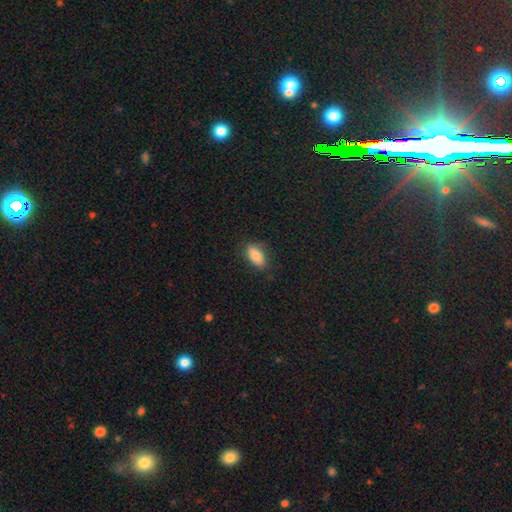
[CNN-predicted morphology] smooth-or-featured: smooth: 82% | featured or disk: 11% | star or artifact: 7%
  how-rounded: in between: 89% | cigar-shaped: 7% | round: 4%
  merging: none: 80% | minor disturbance: 15% | major disturbance: 3% | merger: 1%